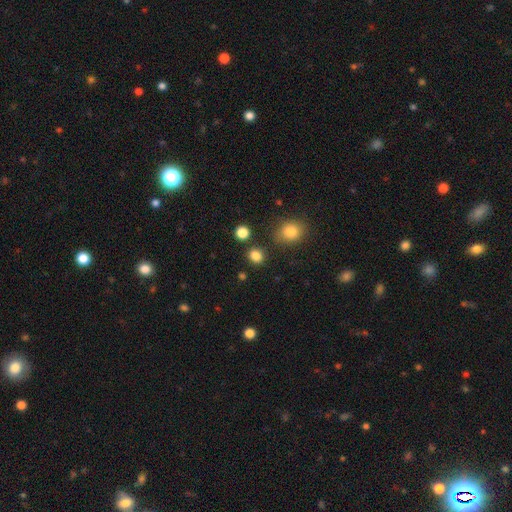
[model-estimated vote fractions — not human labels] A smooth galaxy with no disk features (83%) that is round (73%).

Vote fractions:
- Smooth or featured? smooth: 83% / star or artifact: 13% / featured or disk: 4%
- How rounded? round: 73% / in between: 26% / cigar-shaped: 1%
- Merging? none: 84% / minor disturbance: 8% / merger: 5% / major disturbance: 3%